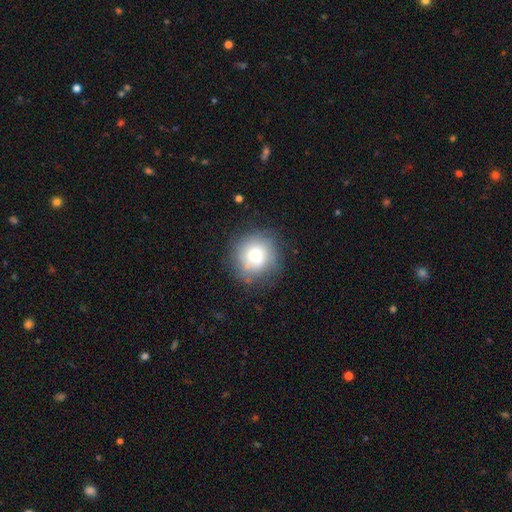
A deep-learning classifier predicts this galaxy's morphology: smooth_or_featured: smooth (p=0.70) [alt: featured or disk p=0.20]
how_rounded: round (p=0.91) [alt: in between p=0.08]
merging: none (p=0.74) [alt: minor disturbance p=0.17]